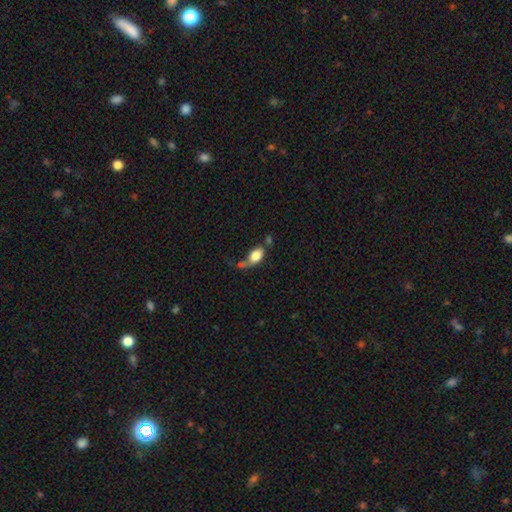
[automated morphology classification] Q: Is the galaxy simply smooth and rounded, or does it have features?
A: smooth — 78%.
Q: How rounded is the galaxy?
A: in between — 83%.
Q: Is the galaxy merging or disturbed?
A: none — 29%.